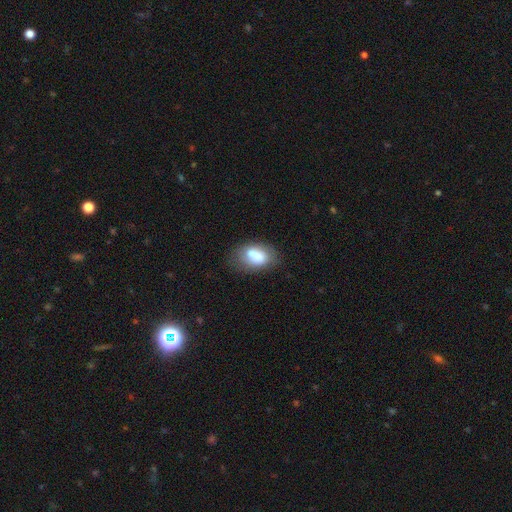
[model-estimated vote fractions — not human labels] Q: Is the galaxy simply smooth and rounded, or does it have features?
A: smooth — 73%.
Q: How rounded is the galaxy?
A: in between — 87%.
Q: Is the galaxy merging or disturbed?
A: none — 53%.